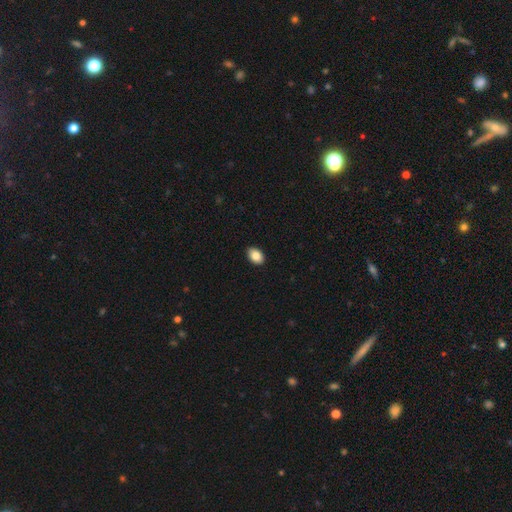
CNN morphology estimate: Smooth or featured? smooth (88%)
How rounded? in between (85%)
Merging? none (90%)